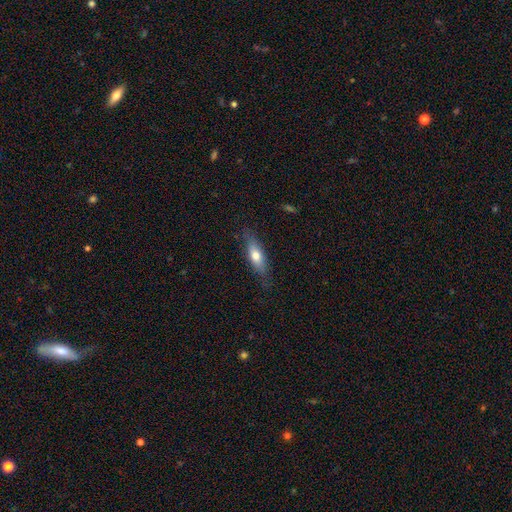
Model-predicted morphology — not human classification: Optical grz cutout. It shows a smooth galaxy with no disk features (64%) that is in between round and cigar-shaped (55%). Merging: none (77%).